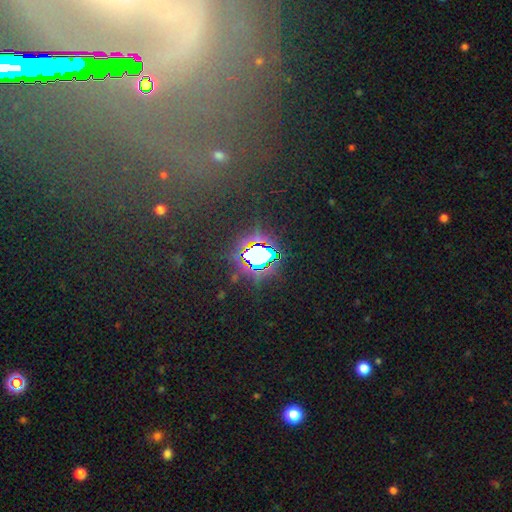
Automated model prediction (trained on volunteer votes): Smooth or featured?
  - star or artifact: 75% *
  - smooth: 13%
  - featured or disk: 11%